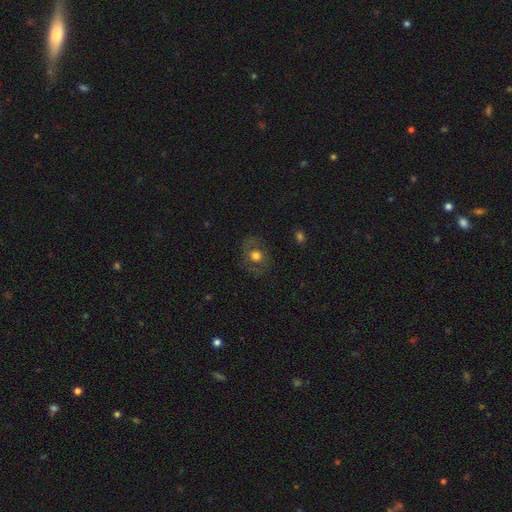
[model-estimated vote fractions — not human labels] Q: Smooth or featured?
A: smooth (53%); runner-up: featured or disk (36%)
Q: How rounded?
A: round (68%); runner-up: in between (31%)
Q: Merging?
A: none (79%); runner-up: minor disturbance (13%)